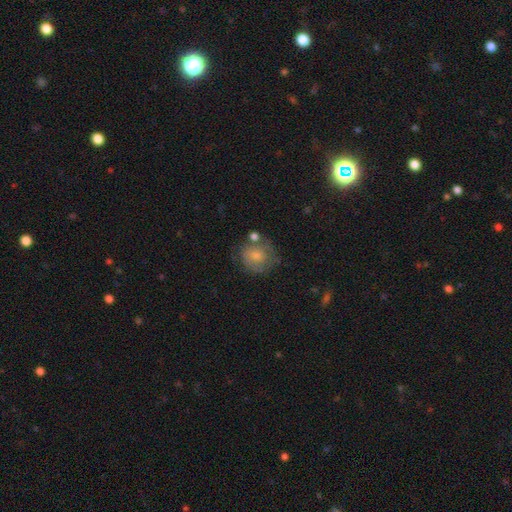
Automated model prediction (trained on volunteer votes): Morphology: type=smooth (67%); roundness=round (82%); merging=none (53%).